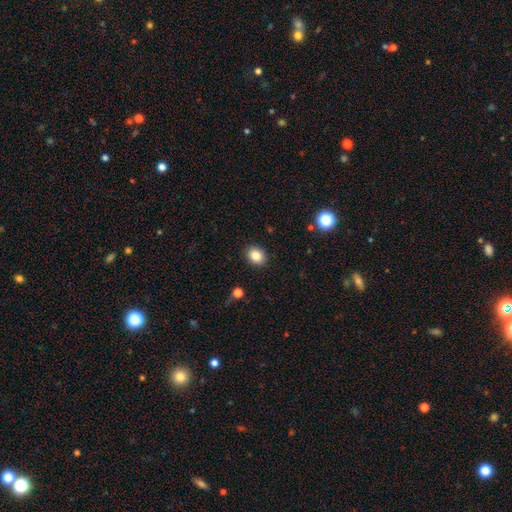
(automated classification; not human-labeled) Overall: smooth (85%). How rounded: round (50%; in between 49%). Merging: none (90%).